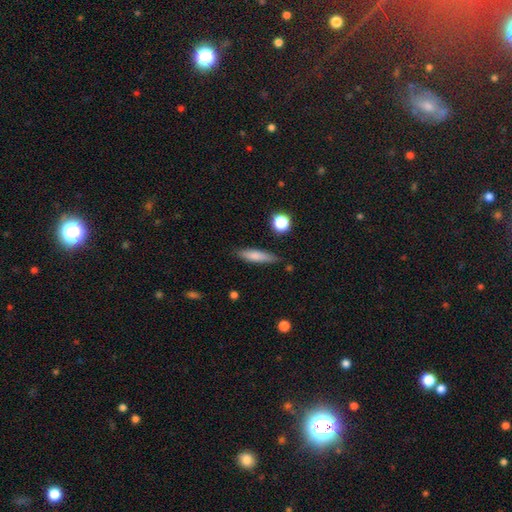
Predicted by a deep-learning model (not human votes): A smooth galaxy with no disk features (76%) that is cigar-shaped (73%). Merging: none (80%).